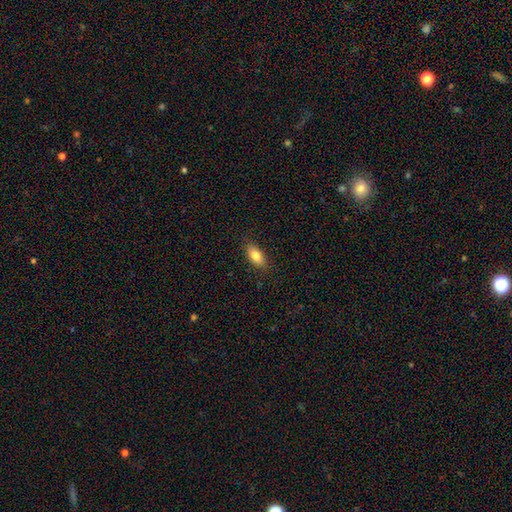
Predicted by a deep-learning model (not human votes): Smooth or featured? Predicted: smooth (p=0.82). How rounded? Predicted: in between (p=0.86). Merging? Predicted: none (p=0.86).